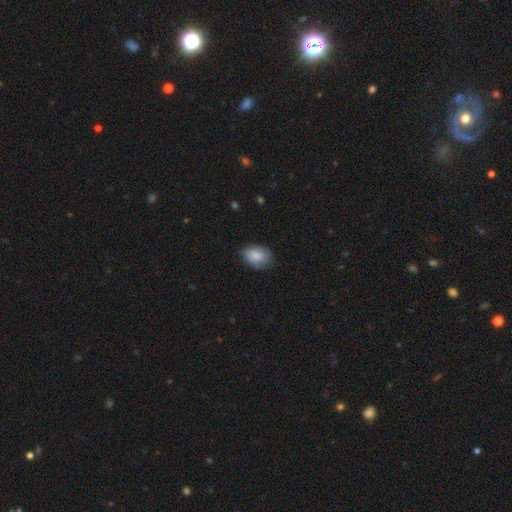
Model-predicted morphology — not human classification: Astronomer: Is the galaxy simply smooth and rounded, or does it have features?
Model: smooth — 82%.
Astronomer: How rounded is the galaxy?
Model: in between — 79%.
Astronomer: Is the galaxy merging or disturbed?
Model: none — 70%.